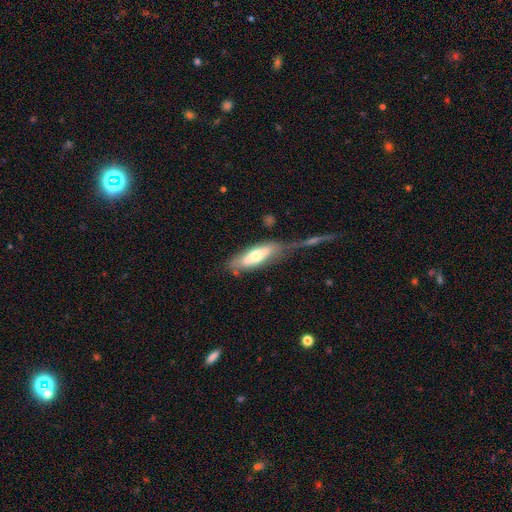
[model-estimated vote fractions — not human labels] The model was most divided on "how rounded": in between: 54%, cigar-shaped: 44%, round: 2%. Remaining: smooth or featured — smooth (60%); merging — none (48%).